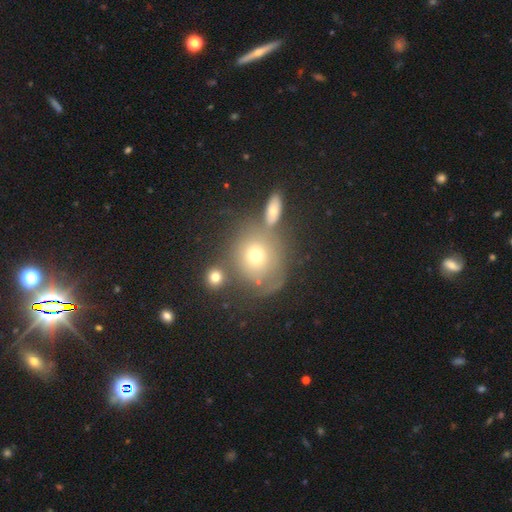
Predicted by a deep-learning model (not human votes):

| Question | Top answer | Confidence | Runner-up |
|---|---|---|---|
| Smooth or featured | smooth | 63% | featured or disk (22%) |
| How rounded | round | 84% | in between (15%) |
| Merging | none | 56% | merger (19%) |